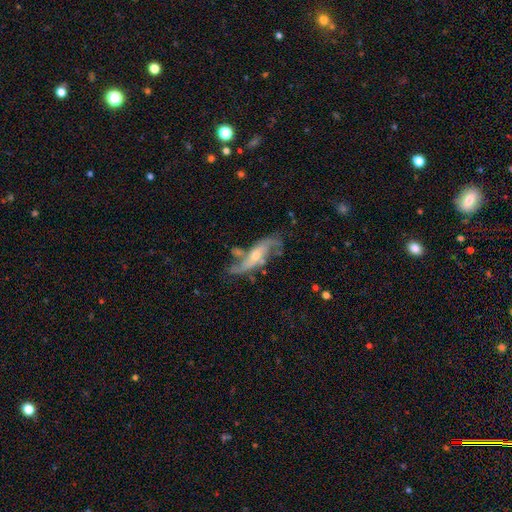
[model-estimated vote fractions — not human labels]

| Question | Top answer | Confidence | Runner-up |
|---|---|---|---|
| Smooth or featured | featured or disk | 81% | smooth (13%) |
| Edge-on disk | no | 81% | yes (19%) |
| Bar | no | 54% | weak (28%) |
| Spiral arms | yes | 91% | no (9%) |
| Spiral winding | loose | 73% | medium (19%) |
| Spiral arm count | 2 | 87% | can't tell (6%) |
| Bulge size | small | 55% | moderate (40%) |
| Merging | none | 55% | minor disturbance (22%) |